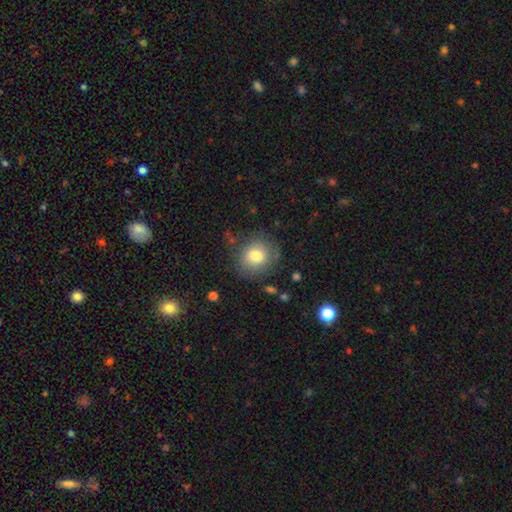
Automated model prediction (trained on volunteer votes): This appears to be a smooth galaxy with no disk features (77%) that is round (78%). Merging: none (76%).